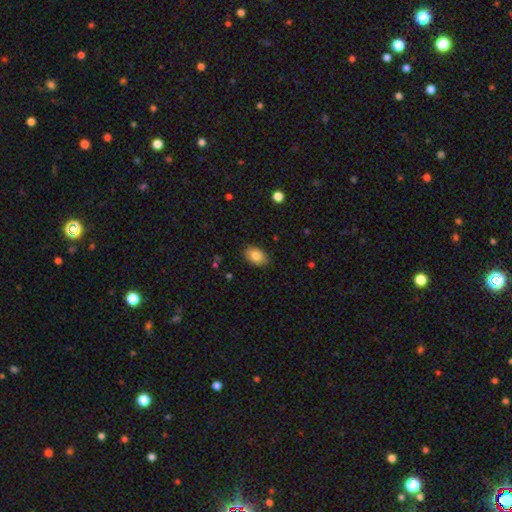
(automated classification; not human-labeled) A smooth galaxy with no disk features (83%) that is in between round and cigar-shaped (85%).

Vote fractions:
- Smooth or featured? smooth: 83% / featured or disk: 9% / star or artifact: 8%
- How rounded? in between: 85% / round: 14% / cigar-shaped: 1%
- Merging? none: 84% / minor disturbance: 13% / major disturbance: 2% / merger: 1%